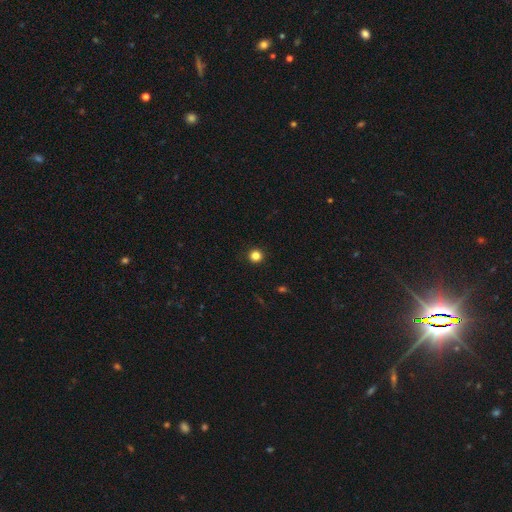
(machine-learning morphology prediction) Smooth or featured? smooth (84%)
How rounded? round (96%)
Merging? none (93%)